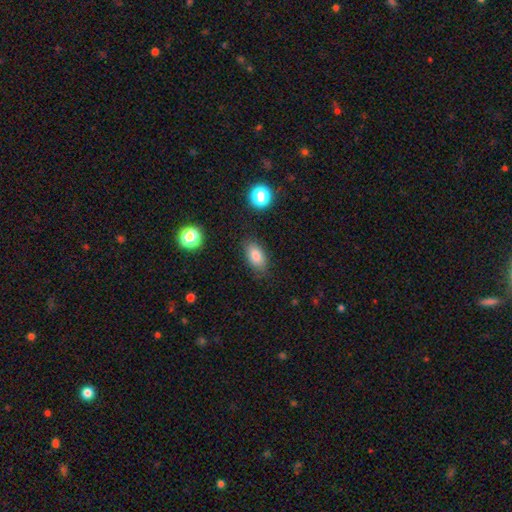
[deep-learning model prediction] smooth 81%, featured or disk 10%, star or artifact 9%. Down the decision tree: how rounded — in between (89%); merging — none (83%).